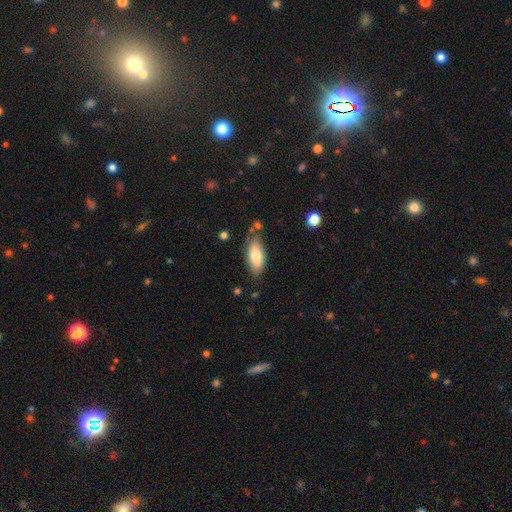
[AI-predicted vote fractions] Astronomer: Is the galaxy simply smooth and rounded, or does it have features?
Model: smooth — 76%.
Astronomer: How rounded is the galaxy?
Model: in between — 86%.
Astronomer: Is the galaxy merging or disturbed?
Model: none — 71%.